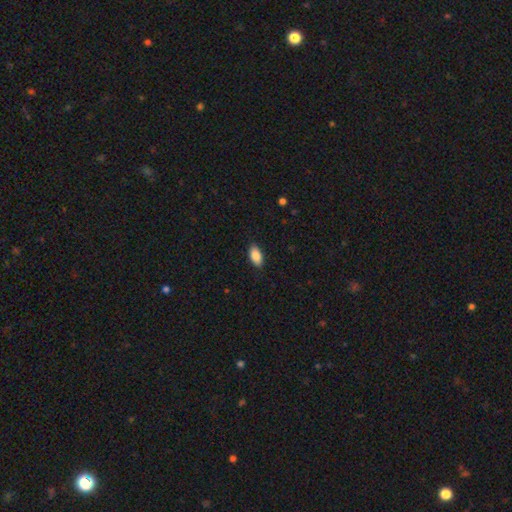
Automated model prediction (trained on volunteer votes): Smooth or featured? smooth (87%)
How rounded? in between (93%)
Merging? none (88%)